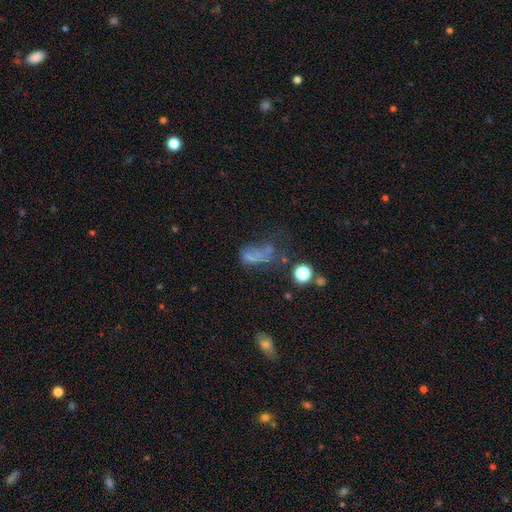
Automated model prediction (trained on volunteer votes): smooth 49%, featured or disk 27%, star or artifact 24%. Down the decision tree: merging — major disturbance (42%).